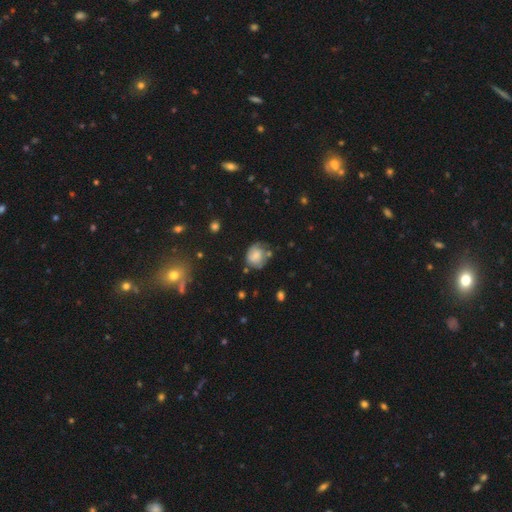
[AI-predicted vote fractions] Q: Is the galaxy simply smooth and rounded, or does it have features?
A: smooth — 60%.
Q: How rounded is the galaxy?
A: round — 68%.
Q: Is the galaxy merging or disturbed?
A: none — 55%.